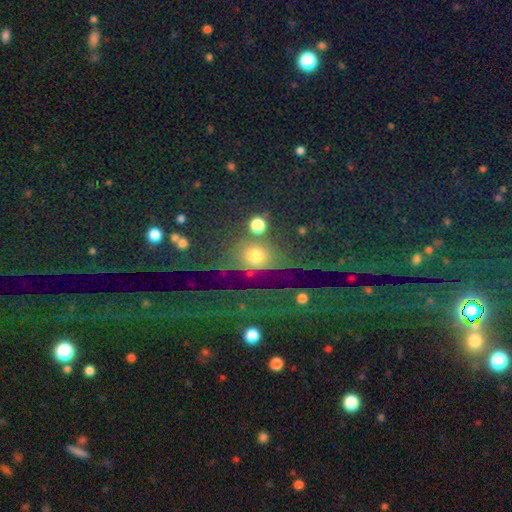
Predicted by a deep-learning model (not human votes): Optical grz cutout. It shows a smooth galaxy with no disk features (49%). Merging: none (60%).